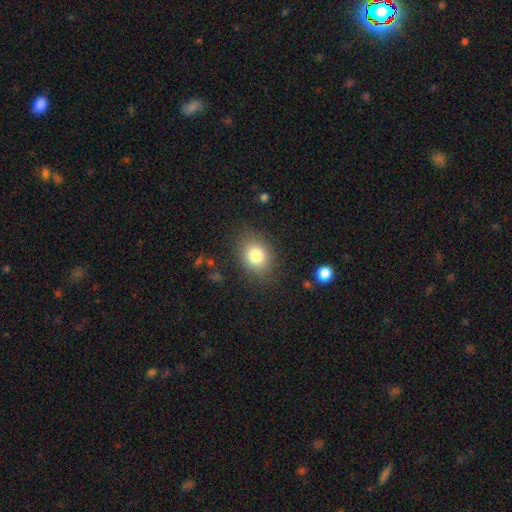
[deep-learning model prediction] Q: Smooth or featured?
A: smooth (80%); runner-up: star or artifact (10%)
Q: How rounded?
A: in between (50%); runner-up: round (49%)
Q: Merging?
A: none (81%); runner-up: minor disturbance (13%)